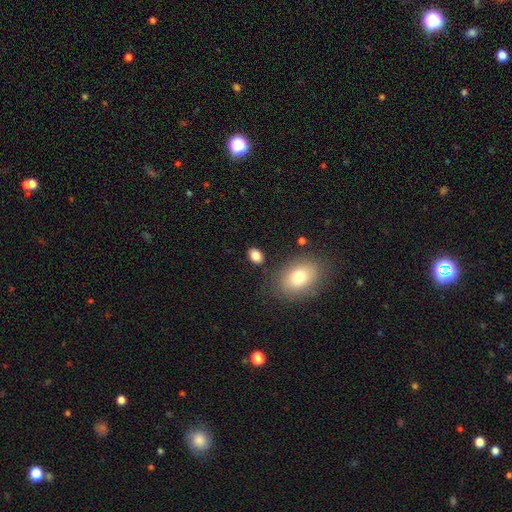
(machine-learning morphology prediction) The model was most divided on "how rounded": in between: 79%, round: 19%, cigar-shaped: 2%. More confident: smooth or featured — smooth (84%); merging — none (83%).